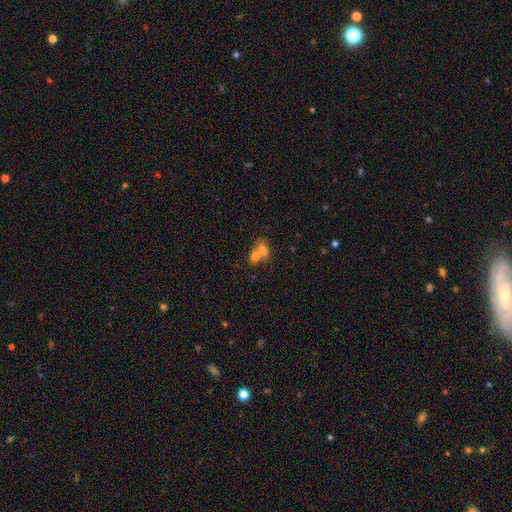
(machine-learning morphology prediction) This appears to be a smooth galaxy with no disk features (73%) that is in between round and cigar-shaped (71%). Merging: merger (69%).